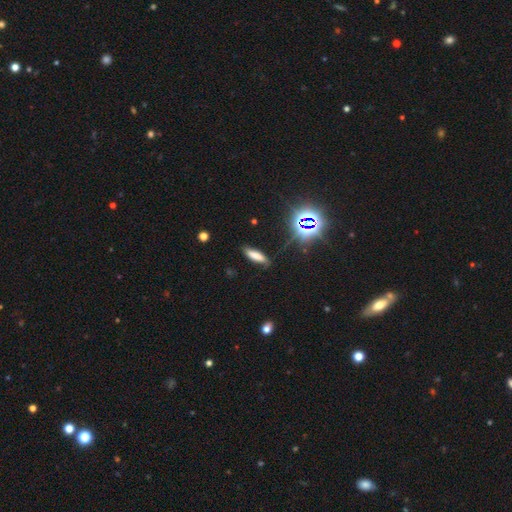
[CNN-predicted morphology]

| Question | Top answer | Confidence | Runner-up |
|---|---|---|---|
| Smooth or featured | smooth | 68% | star or artifact (18%) |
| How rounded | cigar-shaped | 56% | in between (41%) |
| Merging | none | 80% | minor disturbance (15%) |